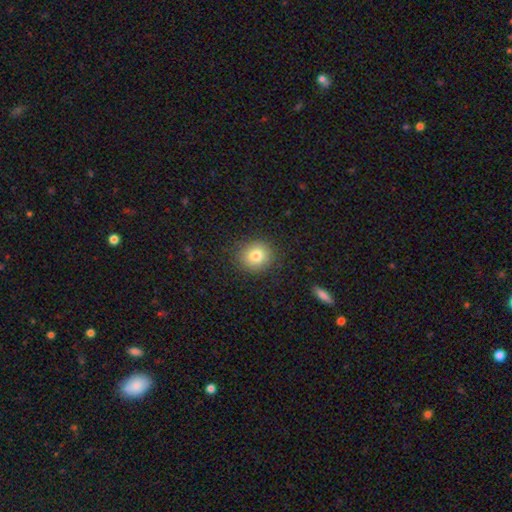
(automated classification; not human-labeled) Overall: smooth (80%). How rounded: round (83%). Merging: none (87%).